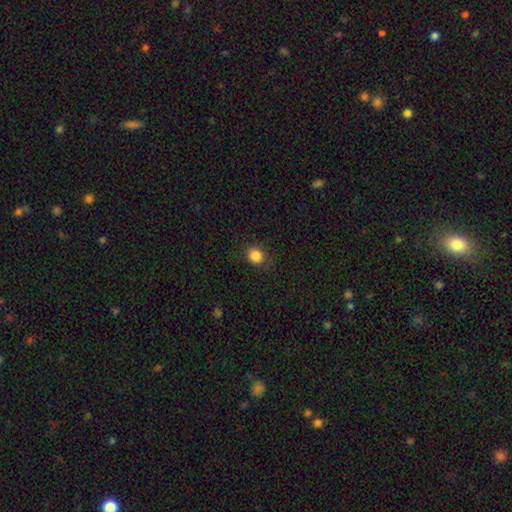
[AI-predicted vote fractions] smooth_or_featured: smooth (p=0.85) [alt: star or artifact p=0.11]
how_rounded: round (p=0.78) [alt: in between p=0.21]
merging: none (p=0.86) [alt: minor disturbance p=0.10]